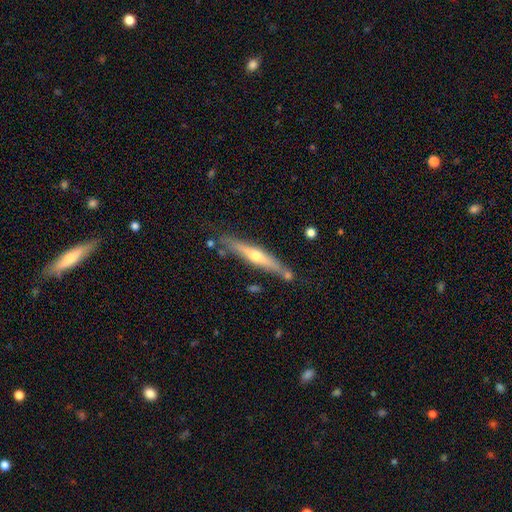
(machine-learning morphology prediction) Overall: featured or disk (67%; smooth 28%). Edge-on disk: yes (95%). Edge-on bulge: rounded (87%). Merging: none (77%).